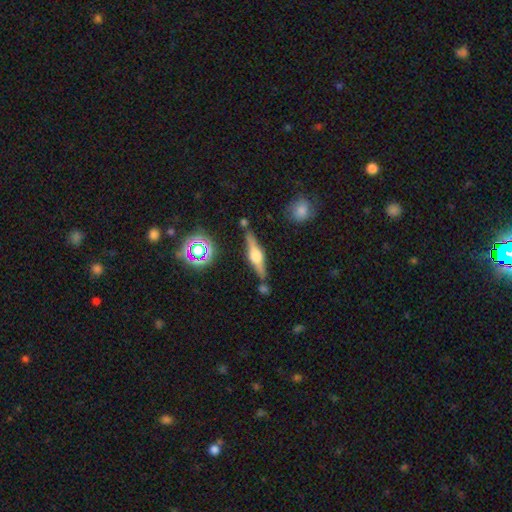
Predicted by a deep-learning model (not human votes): A featured or disk galaxy (73%) viewed edge-on (97%) with a rounded central bulge (90%). Merging: none (81%).